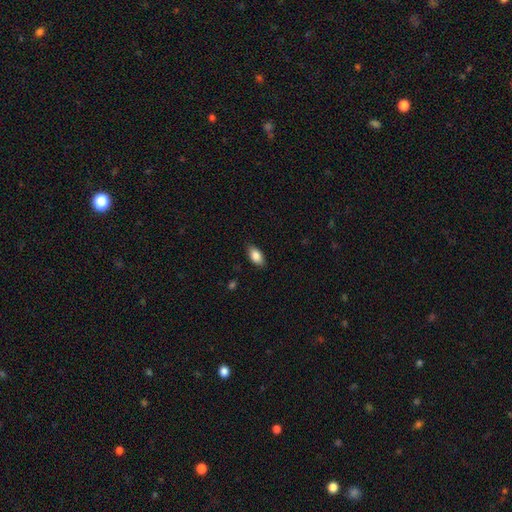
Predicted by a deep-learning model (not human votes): Overall: smooth (86%). How rounded: in between (91%). Merging: none (85%).